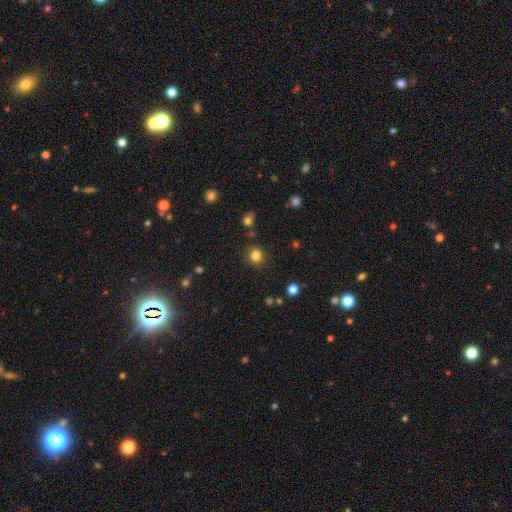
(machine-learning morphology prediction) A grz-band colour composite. It shows a smooth galaxy with no disk features (82%) that is round (89%). Merging: none (88%).